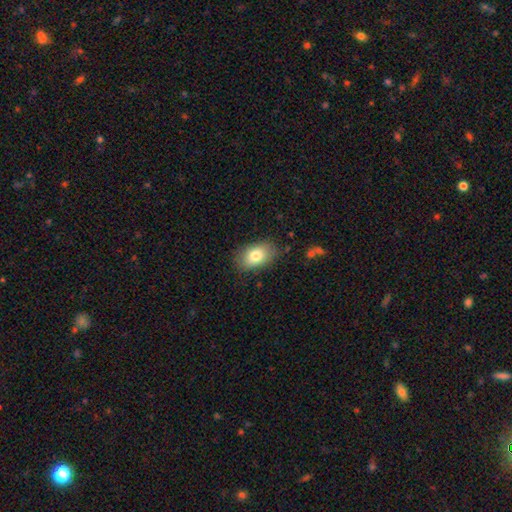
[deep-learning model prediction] smooth-or-featured: smooth: 80% | featured or disk: 12% | star or artifact: 8%
  how-rounded: in between: 89% | round: 10% | cigar-shaped: 1%
  merging: none: 83% | minor disturbance: 13% | major disturbance: 3% | merger: 1%